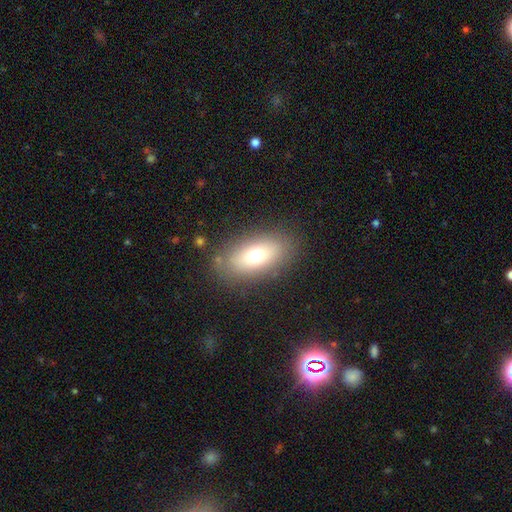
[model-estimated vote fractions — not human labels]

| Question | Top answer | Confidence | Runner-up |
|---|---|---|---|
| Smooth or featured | smooth | 71% | featured or disk (20%) |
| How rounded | in between | 88% | cigar-shaped (6%) |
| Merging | none | 82% | minor disturbance (11%) |